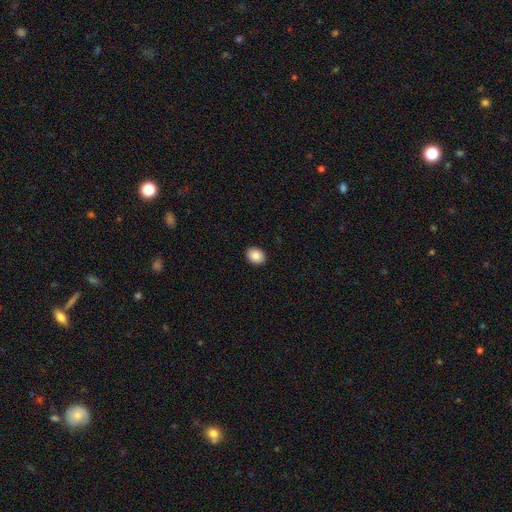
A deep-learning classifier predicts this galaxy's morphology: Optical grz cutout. It shows a smooth galaxy with no disk features (89%) that is in between round and cigar-shaped (58%). Merging: none (92%).